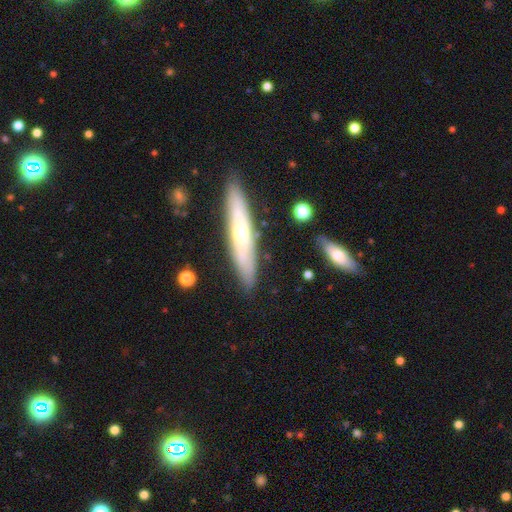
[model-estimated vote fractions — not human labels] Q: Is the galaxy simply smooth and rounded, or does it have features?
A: featured or disk — 60%.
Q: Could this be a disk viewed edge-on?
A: yes — 80%.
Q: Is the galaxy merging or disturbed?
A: none — 84%.